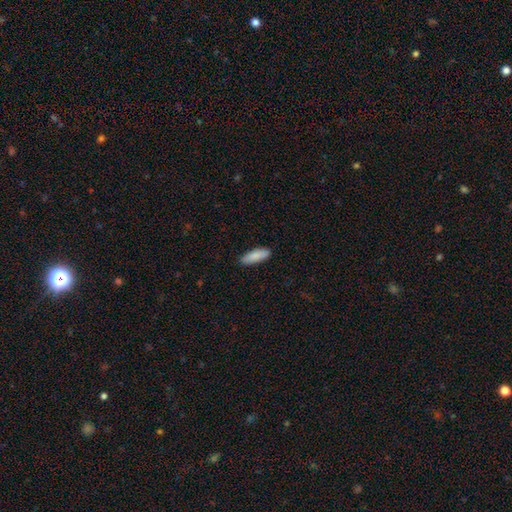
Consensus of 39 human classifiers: smooth-or-featured: smooth: 90% | featured or disk: 8% | star or artifact: 3%
  how-rounded: cigar-shaped: 57% | in between: 43% | round: 0%
  merging: none: 92% | minor disturbance: 8% | major disturbance: 0% | merger: 0%